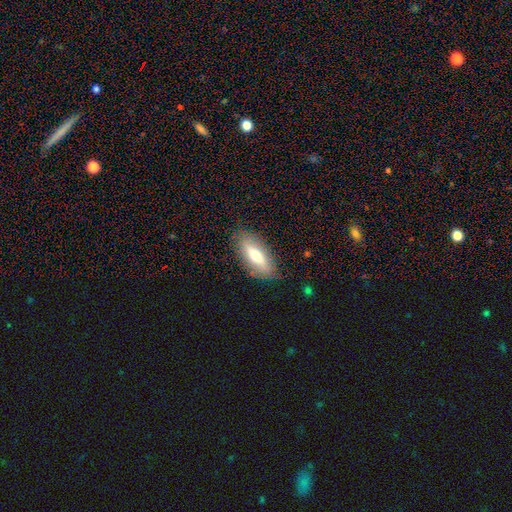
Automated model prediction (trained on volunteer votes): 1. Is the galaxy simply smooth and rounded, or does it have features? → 61% smooth, 32% featured or disk, 7% star or artifact.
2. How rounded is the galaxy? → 74% in between, 23% cigar-shaped, 3% round.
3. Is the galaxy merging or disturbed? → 83% none, 12% minor disturbance, 3% major disturbance, 1% merger.